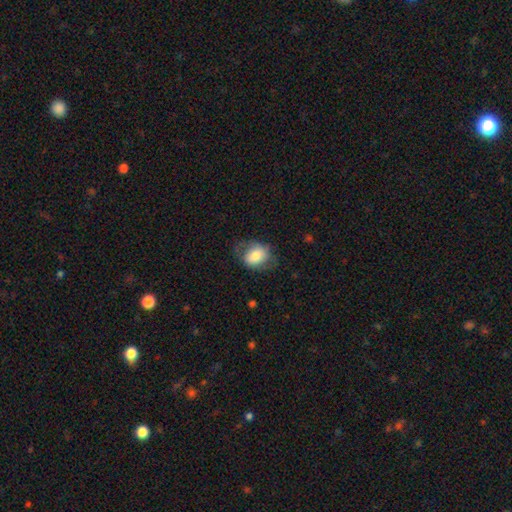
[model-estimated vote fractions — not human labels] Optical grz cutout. It shows a smooth galaxy with no disk features (68%) that is in between round and cigar-shaped (58%). Merging: none (56%).